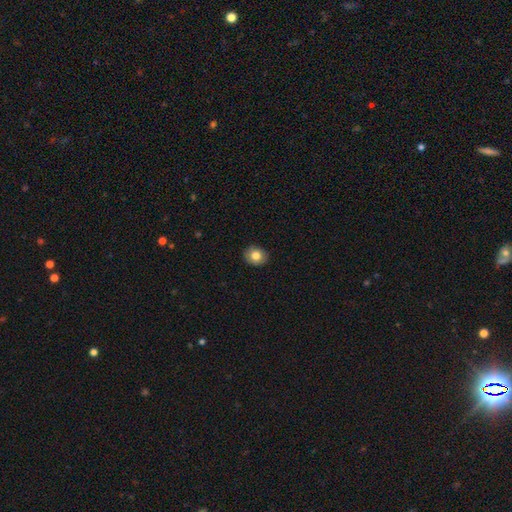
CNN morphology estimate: Overall: smooth (81%). How rounded: round (68%; in between 31%). Merging: none (88%).